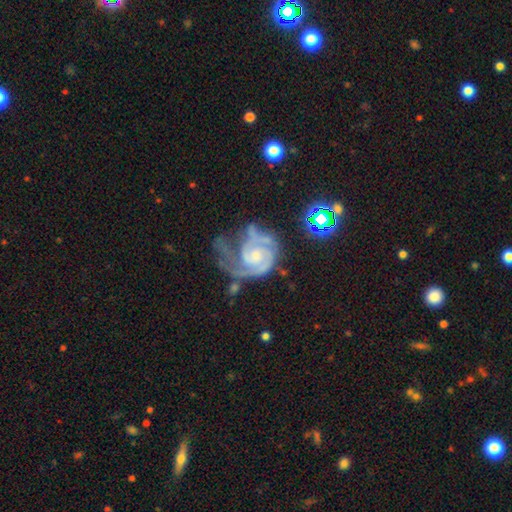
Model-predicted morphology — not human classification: type=featured or disk (89%); edge-on=no (98%); bar=no (64%); spiral arms=yes (97%); winding=tight (53%); arm count=2 (63%); bulge=small (56%); merging=none (35%).